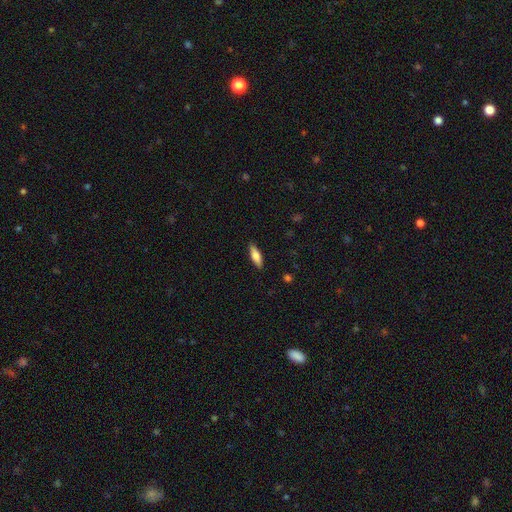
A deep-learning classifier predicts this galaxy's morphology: Smooth or featured?
  - smooth: 74% *
  - featured or disk: 20%
  - star or artifact: 6%
How rounded?
  - in between: 56% *
  - cigar-shaped: 42%
  - round: 2%
Merging?
  - none: 88% *
  - minor disturbance: 9%
  - major disturbance: 2%
  - merger: 1%